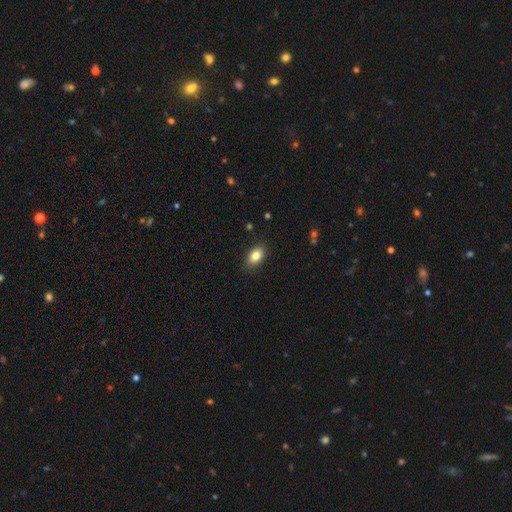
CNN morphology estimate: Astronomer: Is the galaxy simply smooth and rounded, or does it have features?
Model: smooth — 83%.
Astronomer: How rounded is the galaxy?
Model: in between — 87%.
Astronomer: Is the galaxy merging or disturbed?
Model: none — 87%.